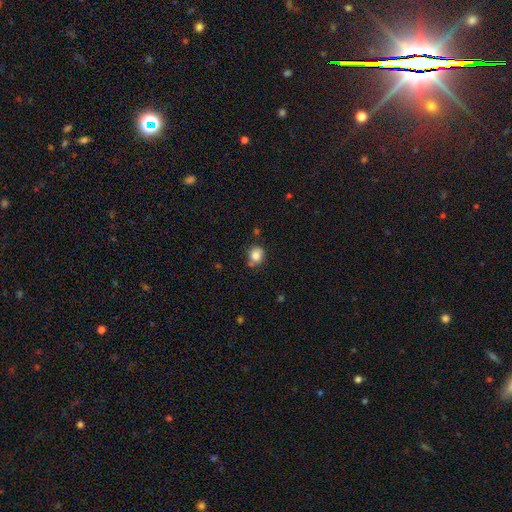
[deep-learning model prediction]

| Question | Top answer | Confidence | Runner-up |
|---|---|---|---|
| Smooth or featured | smooth | 81% | star or artifact (11%) |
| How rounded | round | 74% | in between (25%) |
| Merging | none | 70% | minor disturbance (19%) |